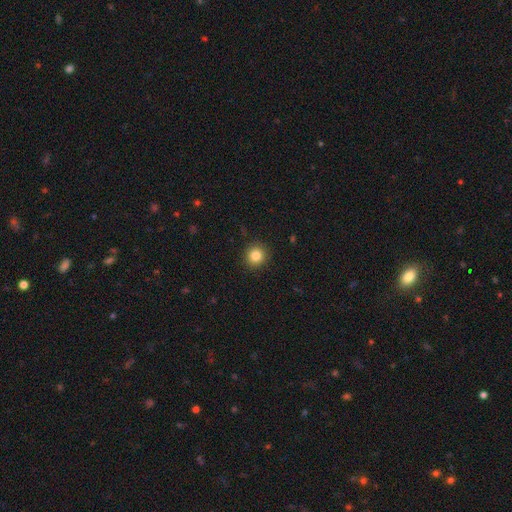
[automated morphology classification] Overall: smooth (84%). How rounded: round (93%). Merging: none (91%).